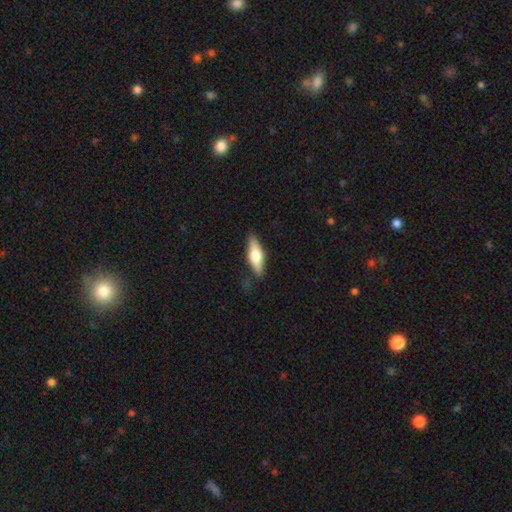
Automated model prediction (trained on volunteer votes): smooth_or_featured: smooth (p=0.55) [alt: featured or disk p=0.39]
how_rounded: in between (p=0.54) [alt: cigar-shaped p=0.44]
merging: none (p=0.84) [alt: minor disturbance p=0.12]